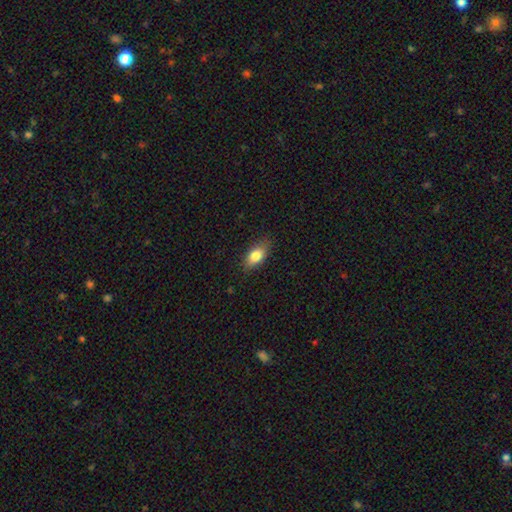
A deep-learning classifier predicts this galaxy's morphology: A smooth galaxy with no disk features (81%) that is in between round and cigar-shaped (86%).

Vote fractions:
- Smooth or featured? smooth: 81% / featured or disk: 12% / star or artifact: 7%
- How rounded? in between: 86% / cigar-shaped: 7% / round: 6%
- Merging? none: 83% / minor disturbance: 13% / major disturbance: 3% / merger: 1%